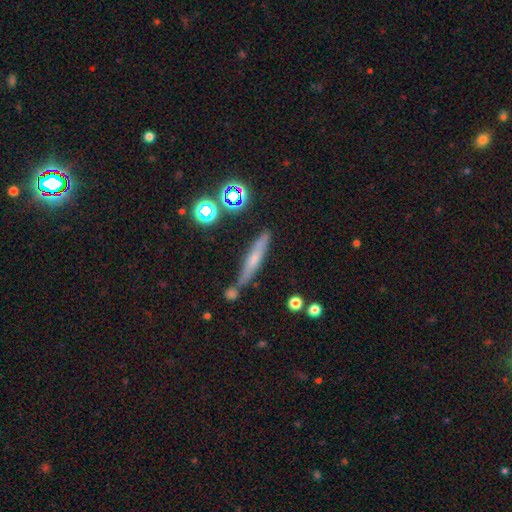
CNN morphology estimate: Smooth or featured? Predicted: smooth (p=0.44). Merging? Predicted: none (p=0.75).